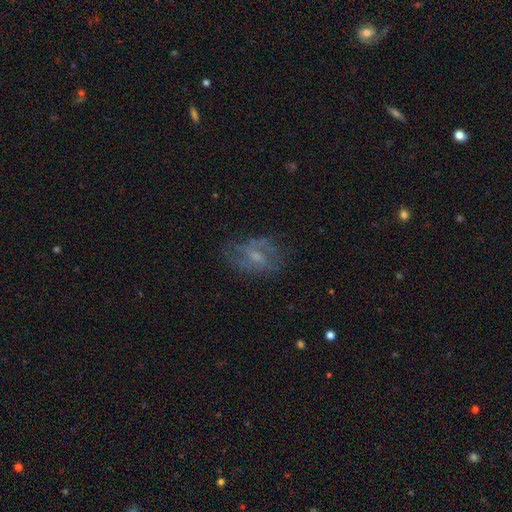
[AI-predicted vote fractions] This is possibly a featured or disk galaxy (59%). It is clearly not viewed edge-on (96%). Bar: possibly weak (47%). Spiral arm pattern: likely yes (65%). Central bulge: marginally small (41%). Merging: possibly none (58%).